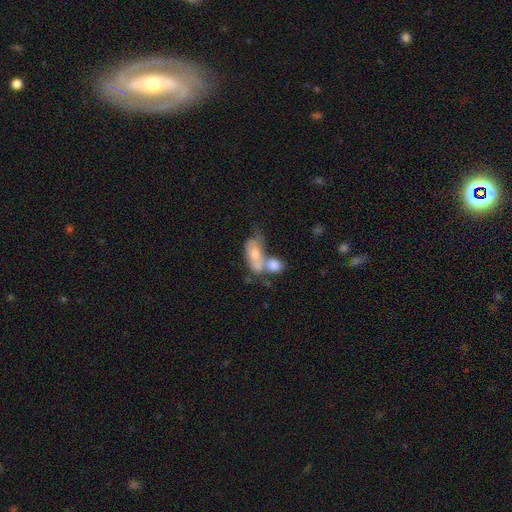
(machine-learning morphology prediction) The model was most divided on "smooth or featured": smooth: 56%, featured or disk: 36%, star or artifact: 8%. More confident: how rounded — in between (82%); merging — merger (65%).